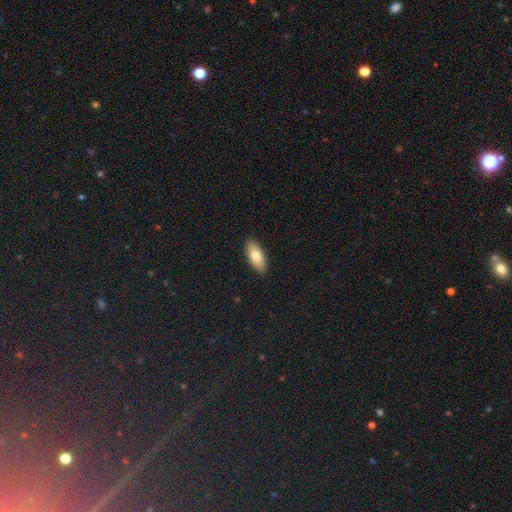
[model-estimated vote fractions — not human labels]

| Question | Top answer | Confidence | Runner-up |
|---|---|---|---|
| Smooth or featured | smooth | 79% | featured or disk (15%) |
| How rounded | in between | 82% | cigar-shaped (15%) |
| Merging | none | 90% | minor disturbance (7%) |